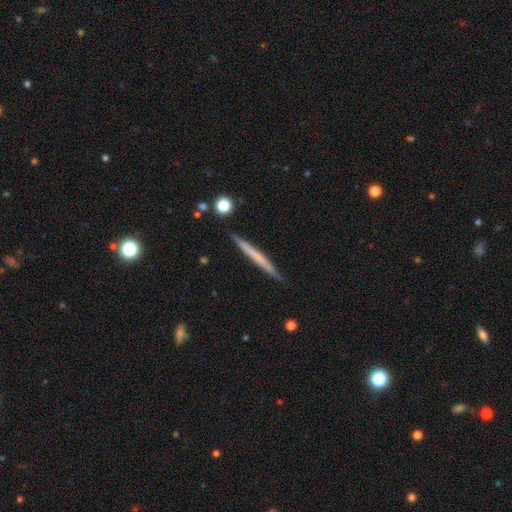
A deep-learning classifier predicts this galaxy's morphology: Q: Smooth or featured?
A: smooth (51%); runner-up: featured or disk (44%)
Q: How rounded?
A: cigar-shaped (97%); runner-up: in between (2%)
Q: Merging?
A: none (89%); runner-up: minor disturbance (8%)